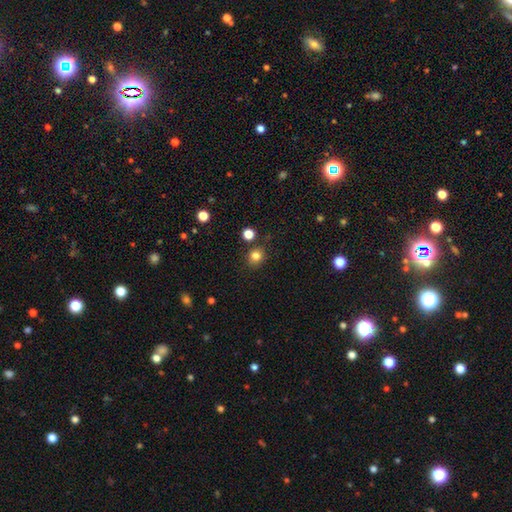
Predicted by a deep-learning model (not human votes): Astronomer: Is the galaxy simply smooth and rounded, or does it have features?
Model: smooth — 81%.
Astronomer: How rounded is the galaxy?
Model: round — 83%.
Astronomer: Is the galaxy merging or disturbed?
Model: none — 84%.